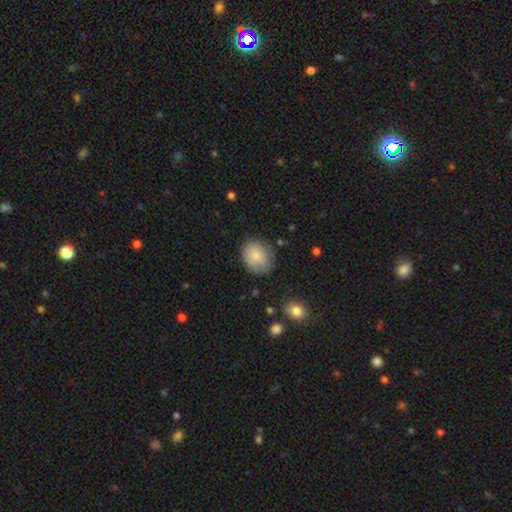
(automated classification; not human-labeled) This is likely a smooth galaxy (80%). How rounded: likely round (67%). Merging: likely none (76%).